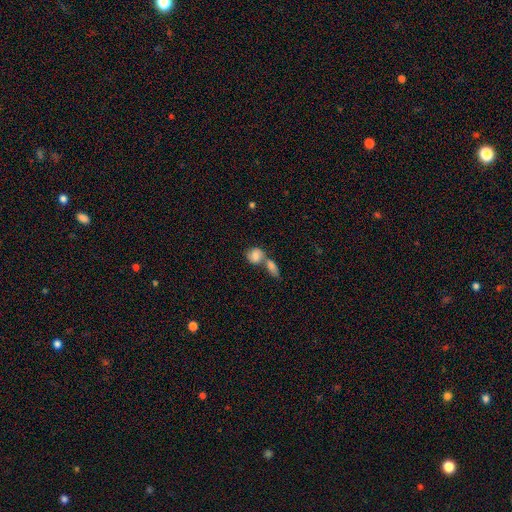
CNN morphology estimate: smooth 77%, featured or disk 15%, star or artifact 8%. Down the decision tree: how rounded — round (56%); merging — merger (58%).